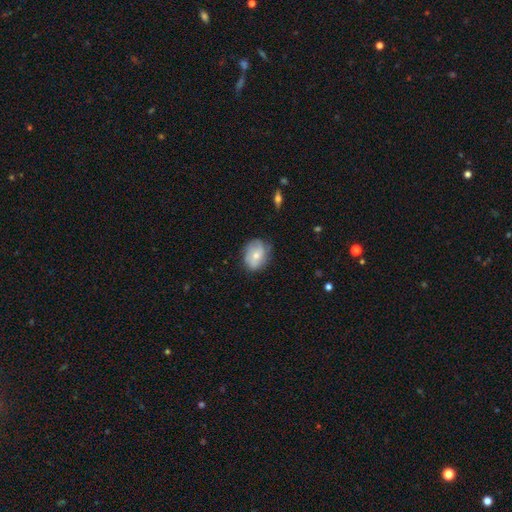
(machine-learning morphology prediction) Overall: smooth (53%; featured or disk 39%). How rounded: in between (57%; round 41%). Merging: none (69%).